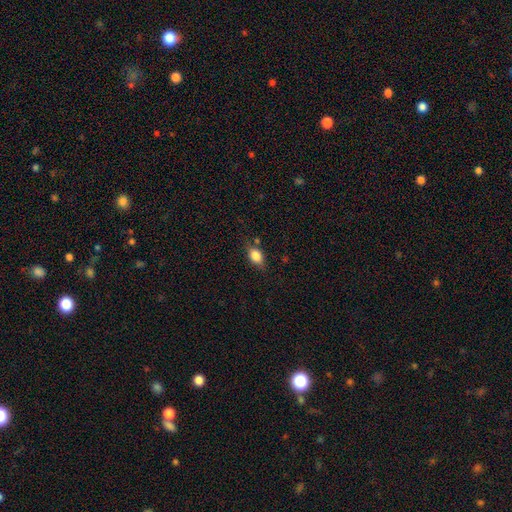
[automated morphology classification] Overall: smooth (82%). How rounded: in between (80%). Merging: none (72%).